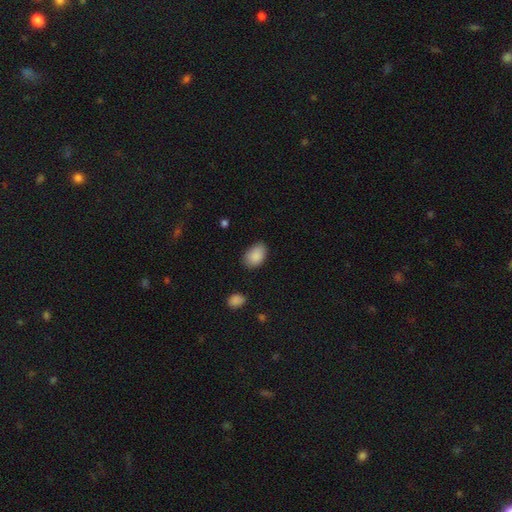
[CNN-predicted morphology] A smooth galaxy with no disk features (88%) that is in between round and cigar-shaped (89%). Merging: none (77%).